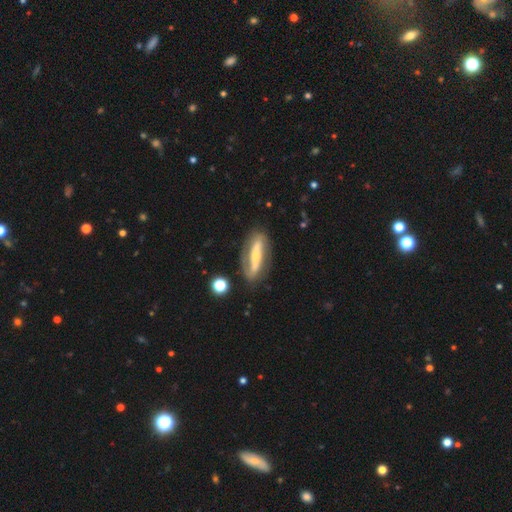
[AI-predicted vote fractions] Smooth or featured? Predicted: featured or disk (p=0.75). Edge-on disk? Predicted: no (p=0.77). Bar? Predicted: strong (p=0.67). Spiral arms? Predicted: yes (p=0.79). Bulge size? Predicted: small (p=0.54). Merging? Predicted: none (p=0.78).